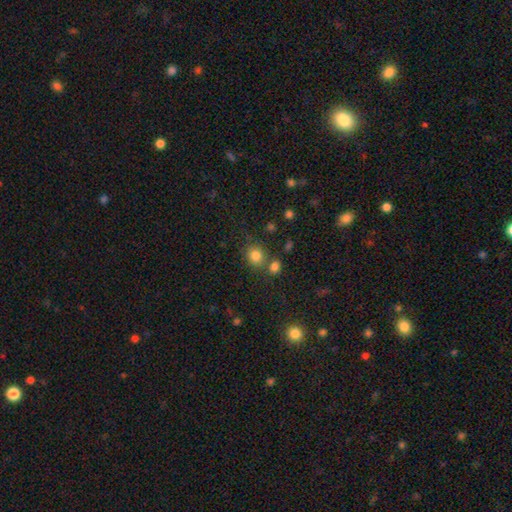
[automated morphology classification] A smooth galaxy with no disk features (81%) that is round (79%). Merging: none (68%).